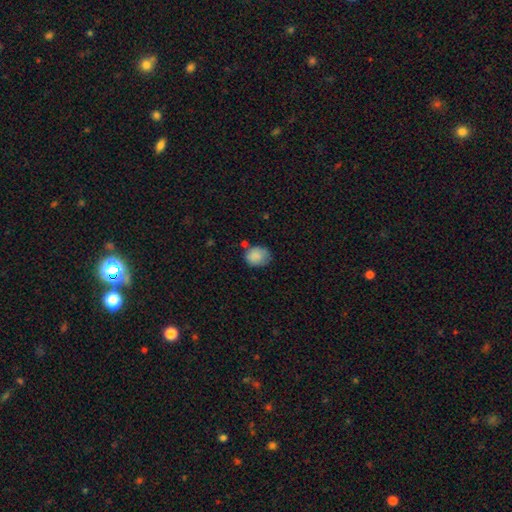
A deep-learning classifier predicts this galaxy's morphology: Smooth or featured: smooth — 85% (star or artifact — 8%)
How rounded: round — 62% (in between — 37%)
Merging: none — 58% (minor disturbance — 27%)